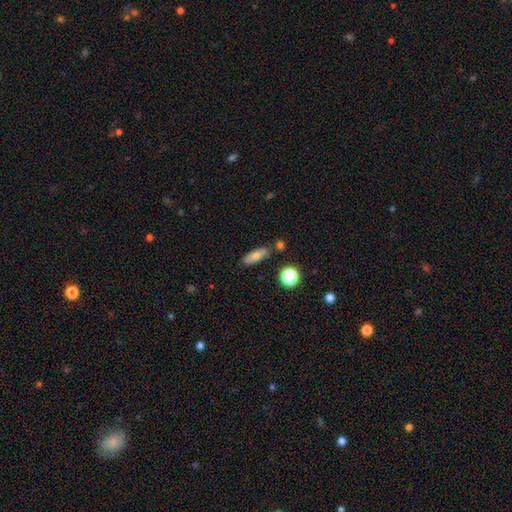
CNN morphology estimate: type=smooth (72%); roundness=in between (59%); merging=none (77%).